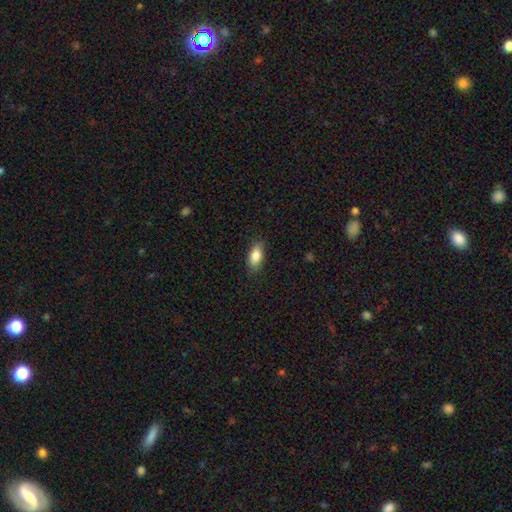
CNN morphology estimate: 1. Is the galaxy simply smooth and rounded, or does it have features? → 85% smooth, 8% featured or disk, 7% star or artifact.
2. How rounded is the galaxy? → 88% in between, 8% cigar-shaped, 4% round.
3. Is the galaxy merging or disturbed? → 85% none, 12% minor disturbance, 3% major disturbance, 1% merger.